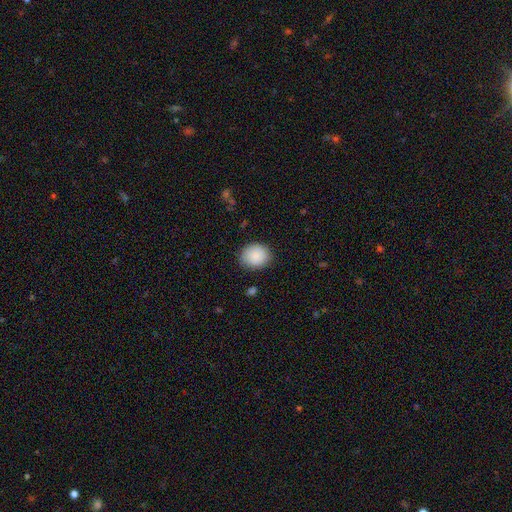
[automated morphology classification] Smooth or featured? smooth (88%)
How rounded? round (66%)
Merging? none (84%)